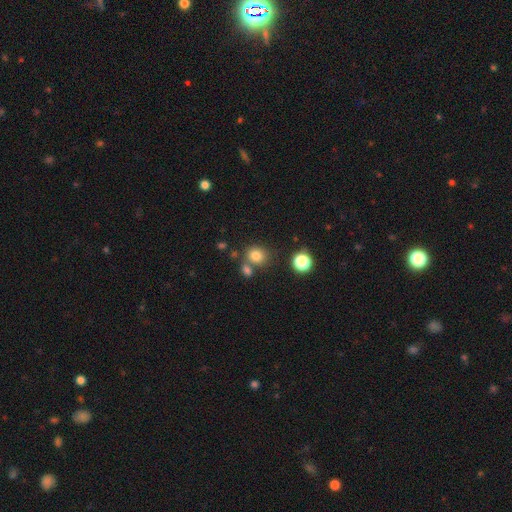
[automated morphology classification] Smooth or featured?
  - smooth: 79% *
  - star or artifact: 14%
  - featured or disk: 7%
How rounded?
  - round: 77% *
  - in between: 22%
  - cigar-shaped: 1%
Merging?
  - none: 66% *
  - merger: 20%
  - minor disturbance: 10%
  - major disturbance: 4%